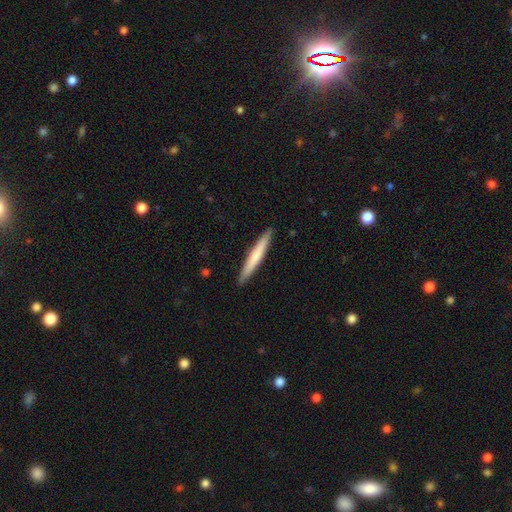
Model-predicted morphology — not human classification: Smooth or featured?
  - smooth: 63% *
  - featured or disk: 32%
  - star or artifact: 5%
How rounded?
  - cigar-shaped: 96% *
  - in between: 3%
  - round: 1%
Merging?
  - none: 91% *
  - minor disturbance: 7%
  - major disturbance: 1%
  - merger: 1%